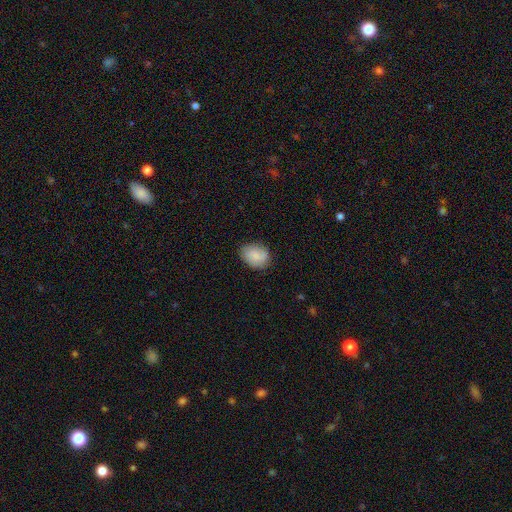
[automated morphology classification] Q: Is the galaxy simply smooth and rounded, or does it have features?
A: smooth — 81%.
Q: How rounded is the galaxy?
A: in between — 63%.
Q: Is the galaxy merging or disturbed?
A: none — 75%.